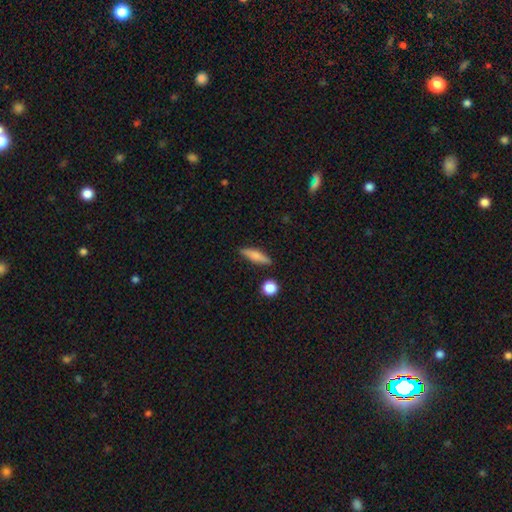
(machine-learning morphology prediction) smooth 74%, featured or disk 19%, star or artifact 7%. Down the decision tree: how rounded — cigar-shaped (67%); merging — none (85%).